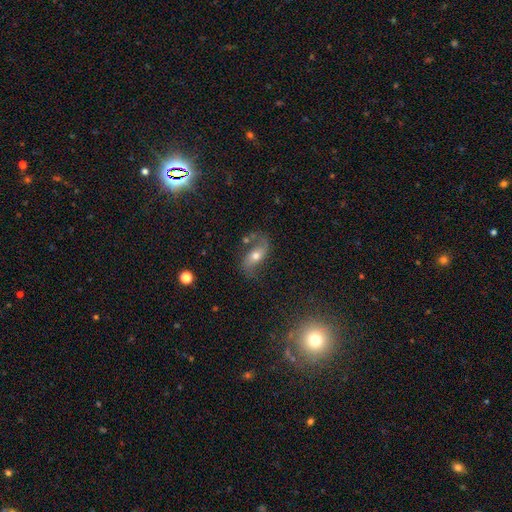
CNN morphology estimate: A featured or disk galaxy (66%) with no bar (54%), 2 (87%) loose (73%) spiral arms (85%) and a moderate central bulge (66%). Merging: none (64%).